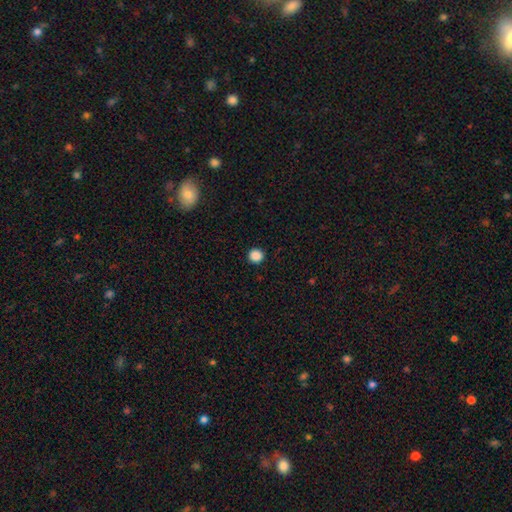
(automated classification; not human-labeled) This appears to be a smooth galaxy with no disk features (87%) that is round (94%). Merging: none (93%).